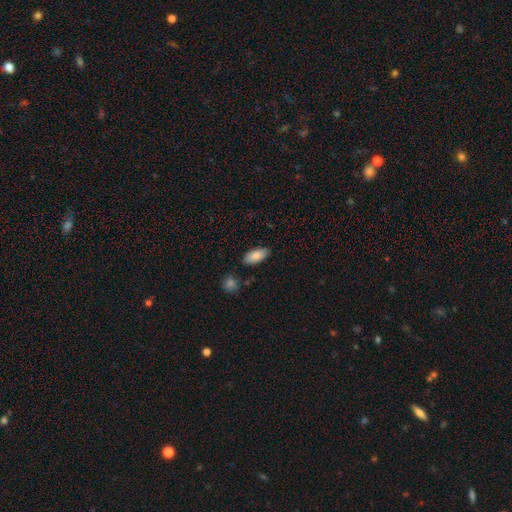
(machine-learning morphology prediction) smooth 84%, featured or disk 9%, star or artifact 6%. Down the decision tree: how rounded — in between (91%); merging — none (84%).